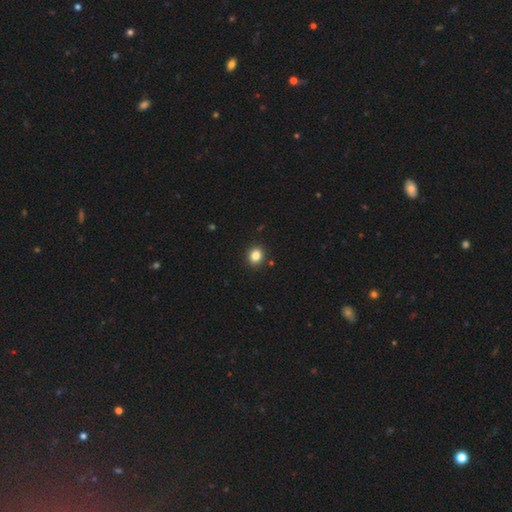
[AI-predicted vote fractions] smooth 83%, star or artifact 11%, featured or disk 5%. Down the decision tree: how rounded — round (79%); merging — none (91%).